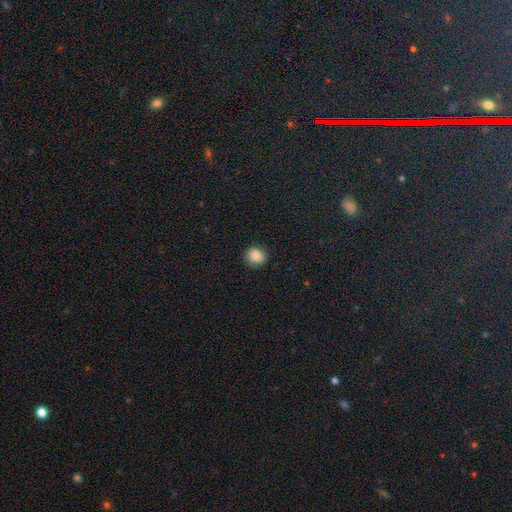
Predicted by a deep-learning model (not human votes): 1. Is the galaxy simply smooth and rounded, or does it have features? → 83% smooth, 10% star or artifact, 7% featured or disk.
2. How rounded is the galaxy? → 80% round, 19% in between, 1% cigar-shaped.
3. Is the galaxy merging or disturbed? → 85% none, 12% minor disturbance, 3% major disturbance, 1% merger.